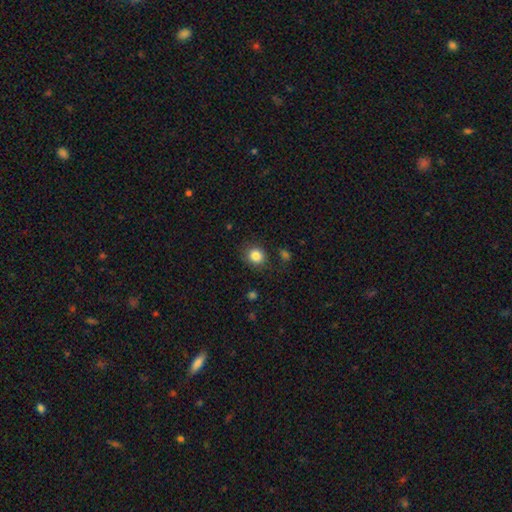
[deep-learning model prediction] Overall: smooth (85%). How rounded: round (80%). Merging: none (83%).